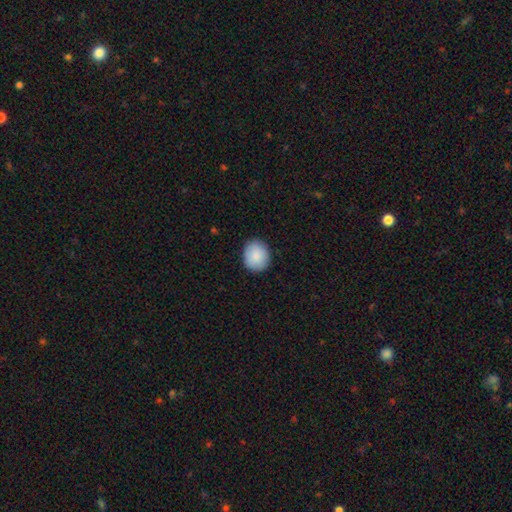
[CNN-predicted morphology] A smooth galaxy with no disk features (89%) that is round (72%).

Vote fractions:
- Smooth or featured? smooth: 89% / star or artifact: 6% / featured or disk: 5%
- How rounded? round: 72% / in between: 28% / cigar-shaped: 1%
- Merging? none: 88% / minor disturbance: 9% / major disturbance: 2% / merger: 1%